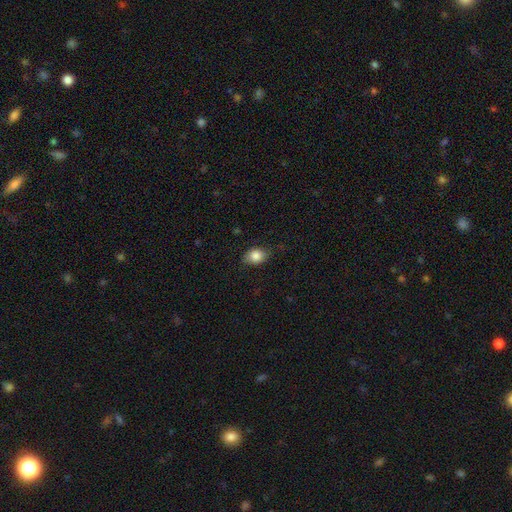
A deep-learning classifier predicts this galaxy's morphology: Smooth or featured: smooth — 85% (star or artifact — 8%)
How rounded: in between — 70% (round — 29%)
Merging: none — 80% (minor disturbance — 16%)